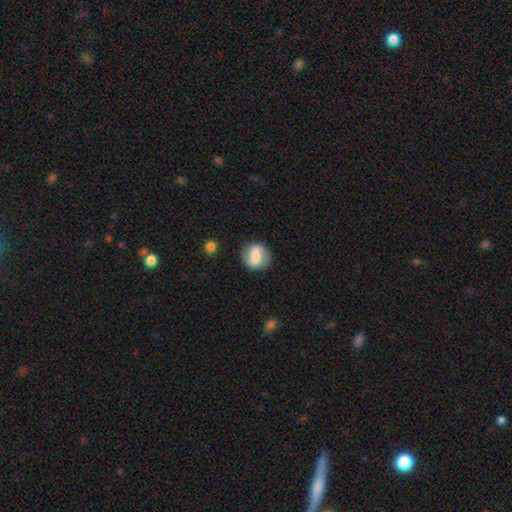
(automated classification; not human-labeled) A featured or disk galaxy (50%). Merging: none (81%).